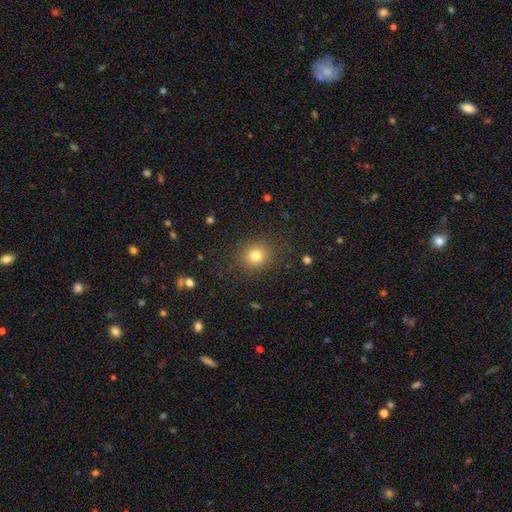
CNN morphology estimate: Overall: smooth (79%). How rounded: round (79%). Merging: none (87%).